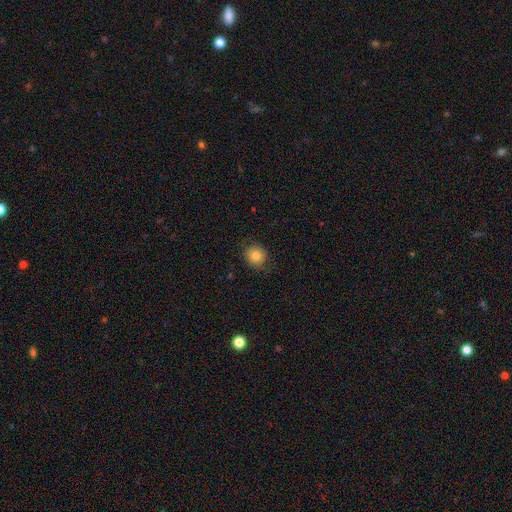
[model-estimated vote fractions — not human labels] A smooth galaxy with no disk features (80%) that is round (85%).

Vote fractions:
- Smooth or featured? smooth: 80% / star or artifact: 10% / featured or disk: 10%
- How rounded? round: 85% / in between: 14% / cigar-shaped: 1%
- Merging? none: 80% / minor disturbance: 15% / major disturbance: 4% / merger: 1%